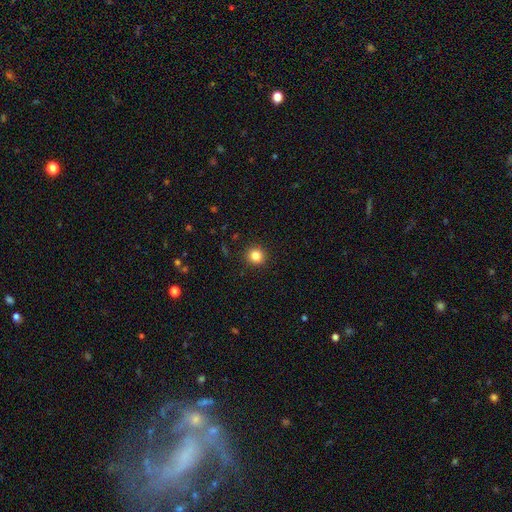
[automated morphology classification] Smooth or featured? smooth (84%)
How rounded? round (92%)
Merging? none (92%)